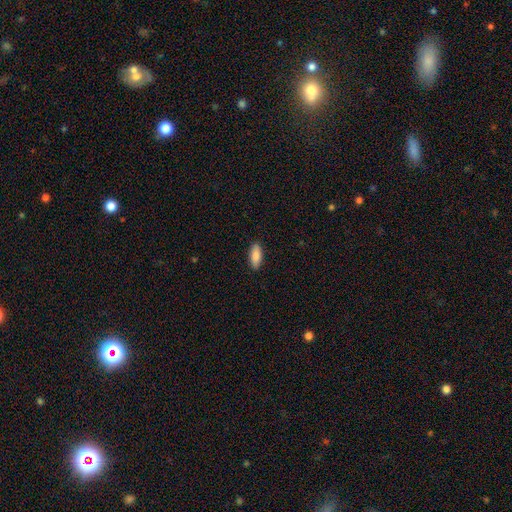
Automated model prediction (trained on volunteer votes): A smooth galaxy with no disk features (85%) that is in between round and cigar-shaped (76%).

Vote fractions:
- Smooth or featured? smooth: 85% / featured or disk: 9% / star or artifact: 6%
- How rounded? in between: 76% / cigar-shaped: 22% / round: 2%
- Merging? none: 90% / minor disturbance: 8% / major disturbance: 2% / merger: 1%